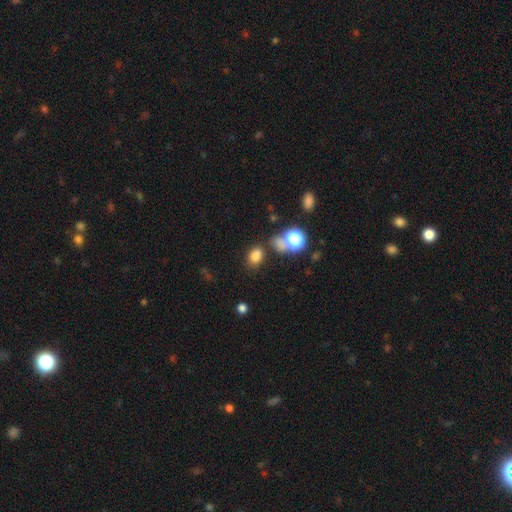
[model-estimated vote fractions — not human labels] smooth-or-featured: smooth: 77% | star or artifact: 17% | featured or disk: 6%
  how-rounded: in between: 68% | round: 30% | cigar-shaped: 1%
  merging: none: 68% | minor disturbance: 14% | merger: 11% | major disturbance: 6%